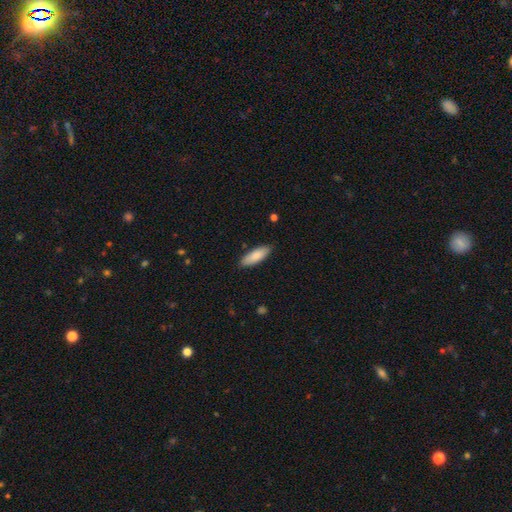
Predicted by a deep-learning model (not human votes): Smooth or featured? Predicted: smooth (p=0.85). How rounded? Predicted: in between (p=0.63). Merging? Predicted: none (p=0.86).